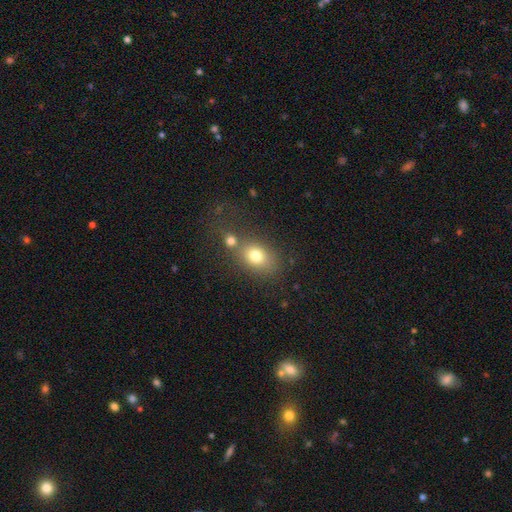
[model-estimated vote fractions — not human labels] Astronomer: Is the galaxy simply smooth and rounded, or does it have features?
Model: smooth — 76%.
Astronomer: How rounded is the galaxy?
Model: in between — 62%.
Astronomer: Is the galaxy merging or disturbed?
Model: none — 54%.